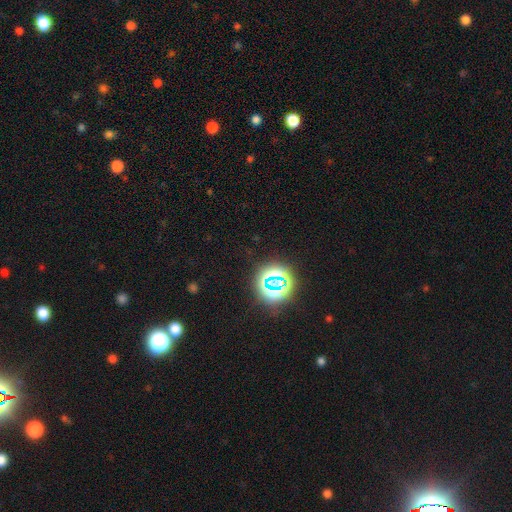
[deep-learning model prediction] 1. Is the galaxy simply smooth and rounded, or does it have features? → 76% star or artifact, 18% smooth, 6% featured or disk.